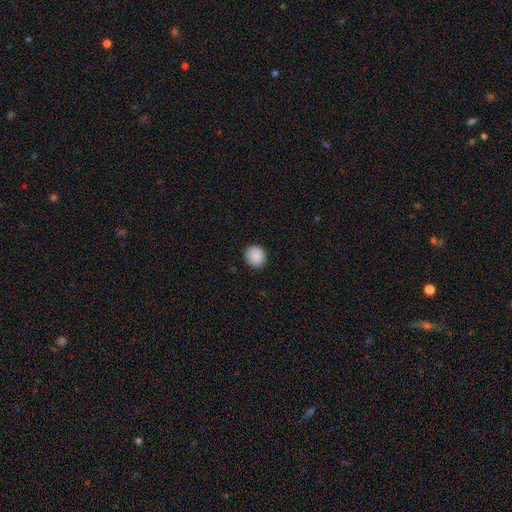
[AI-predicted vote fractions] Q: Smooth or featured?
A: smooth (89%); runner-up: star or artifact (8%)
Q: How rounded?
A: round (86%); runner-up: in between (13%)
Q: Merging?
A: none (90%); runner-up: minor disturbance (8%)